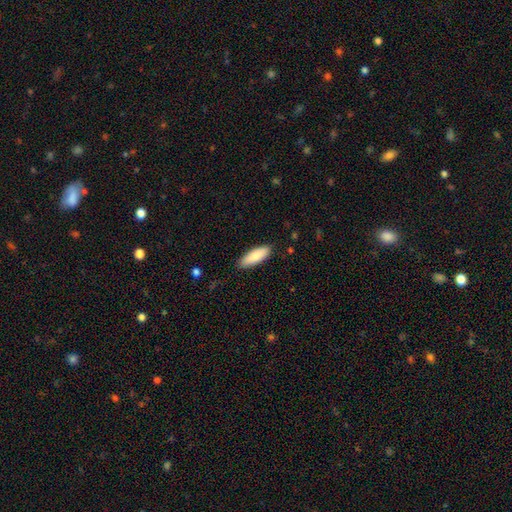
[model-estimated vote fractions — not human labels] Morphology: type=smooth (87%); roundness=in between (65%); merging=none (87%).